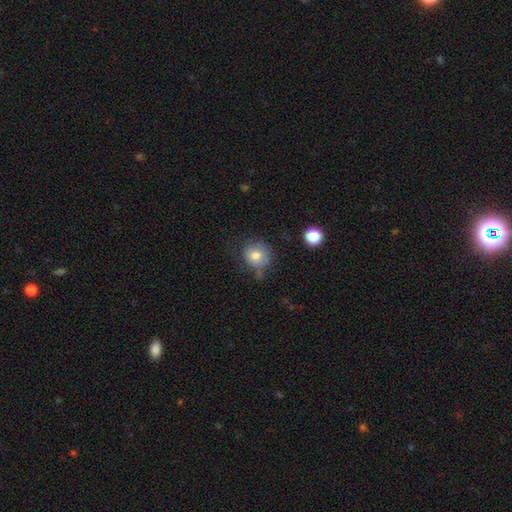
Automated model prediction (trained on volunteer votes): A smooth galaxy with no disk features (78%) that is round (87%).

Vote fractions:
- Smooth or featured? smooth: 78% / featured or disk: 12% / star or artifact: 10%
- How rounded? round: 87% / in between: 12% / cigar-shaped: 1%
- Merging? none: 63% / minor disturbance: 23% / major disturbance: 8% / merger: 6%